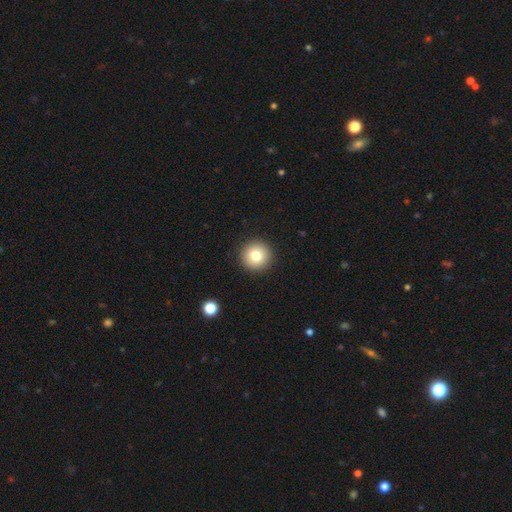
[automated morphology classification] A smooth galaxy with no disk features (79%) that is round (96%).

Vote fractions:
- Smooth or featured? smooth: 79% / featured or disk: 10% / star or artifact: 10%
- How rounded? round: 96% / in between: 3% / cigar-shaped: 1%
- Merging? none: 93% / minor disturbance: 5% / major disturbance: 2% / merger: 1%